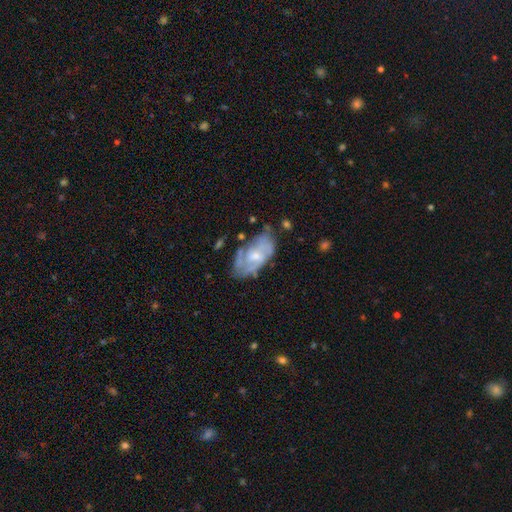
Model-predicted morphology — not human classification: A featured or disk galaxy (65%) with no bar (61%), spiral arms (65%) and a moderate central bulge (44%, tied with small).

Vote fractions:
- Smooth or featured? featured or disk: 65% / smooth: 28% / star or artifact: 7%
- Edge-on disk? no: 94% / yes: 6%
- Bar? no: 61% / weak: 33% / strong: 6%
- Spiral arms? yes: 65% / no: 35%
- Bulge size? moderate: 44% (tied) / small: 44% (tied) / none: 7% / large: 4% / dominant: 1%
- Merging? none: 51% / minor disturbance: 29% / major disturbance: 15% / merger: 5%